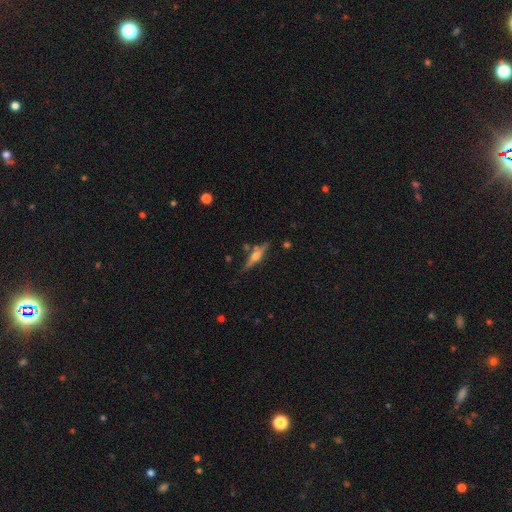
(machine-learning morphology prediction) Q: Smooth or featured?
A: featured or disk (69%); runner-up: smooth (24%)
Q: Edge-on disk?
A: yes (96%); runner-up: no (4%)
Q: Edge-on bulge?
A: rounded (89%); runner-up: boxy (7%)
Q: Merging?
A: none (77%); runner-up: minor disturbance (14%)